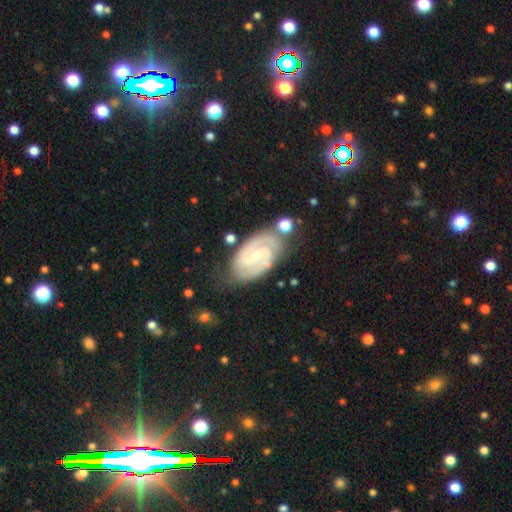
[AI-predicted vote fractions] This is clearly a featured or disk galaxy (90%). It is clearly not viewed edge-on (97%). Bar: possibly weak (48%). Spiral arm pattern: clearly yes (98%). Spiral arm count: clearly 2 (85%). Spiral winding: possibly tight (55%). Central bulge: likely small (68%). Merging: likely none (73%).